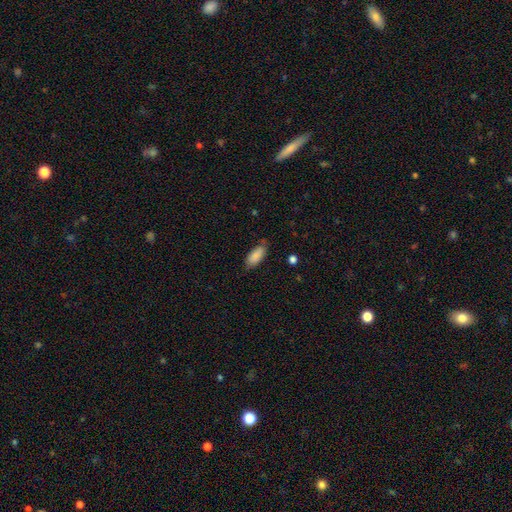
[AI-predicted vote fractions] Smooth or featured: smooth — 87% (featured or disk — 6%)
How rounded: in between — 84% (cigar-shaped — 15%)
Merging: none — 71% (minor disturbance — 22%)